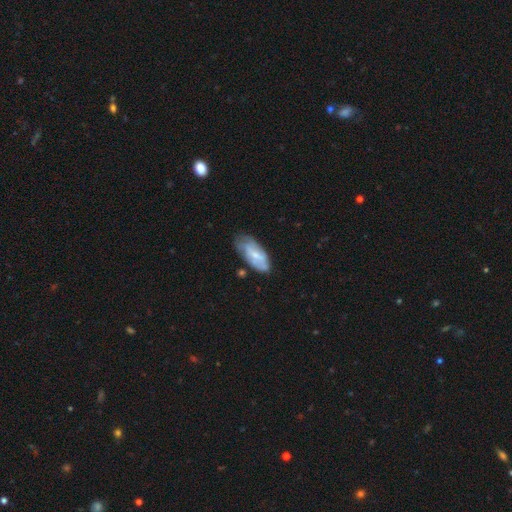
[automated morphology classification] Smooth or featured: smooth — 52% (featured or disk — 42%)
How rounded: in between — 85% (cigar-shaped — 12%)
Merging: none — 56% (minor disturbance — 31%)